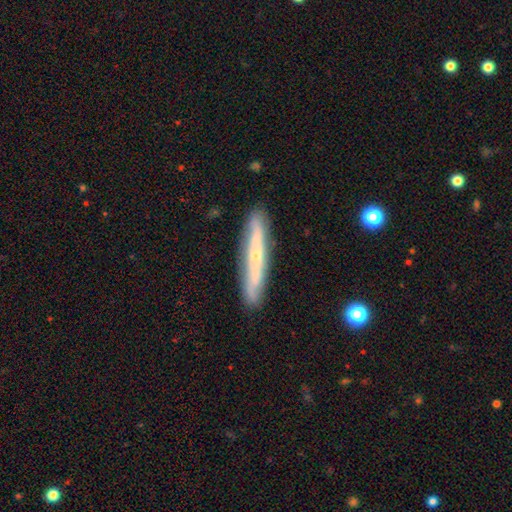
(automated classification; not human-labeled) Q: Smooth or featured?
A: featured or disk (61%); runner-up: smooth (32%)
Q: Edge-on disk?
A: yes (81%); runner-up: no (19%)
Q: Merging?
A: none (88%); runner-up: minor disturbance (9%)